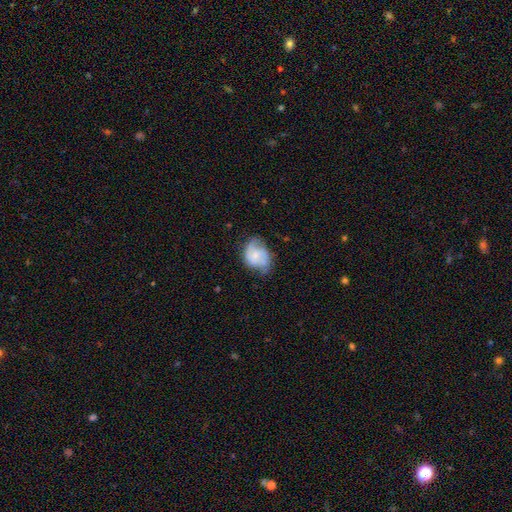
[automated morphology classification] Overall: featured or disk (59%; smooth 34%). Edge-on disk: no (97%). Bar: no (61%; weak 33%). Spiral arms: yes (86%). Bulge size: small (56%; moderate 31%). Merging: none (55%; minor disturbance 31%).